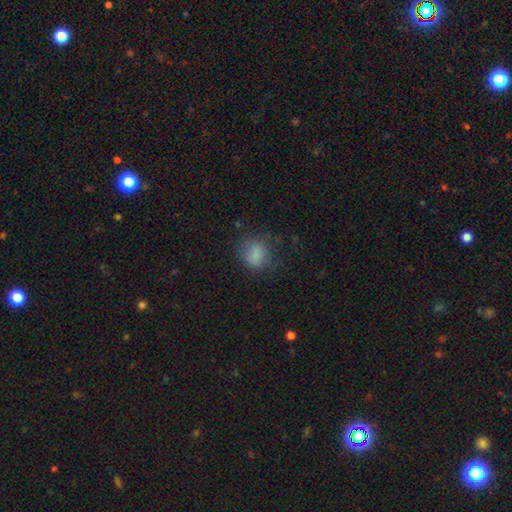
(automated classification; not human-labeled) The model was most divided on "how rounded": round: 64%, in between: 34%, cigar-shaped: 1%. More confident: smooth or featured — smooth (80%); merging — none (67%).